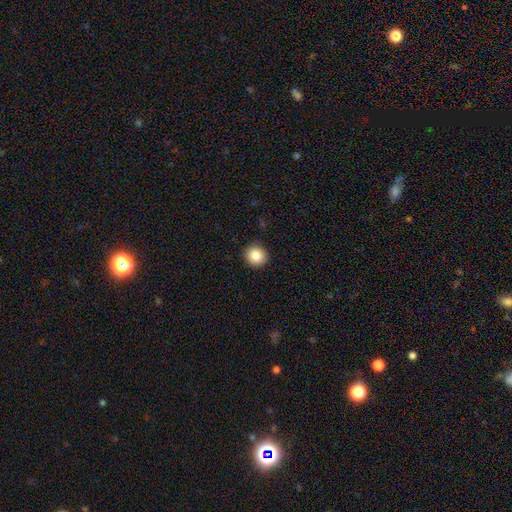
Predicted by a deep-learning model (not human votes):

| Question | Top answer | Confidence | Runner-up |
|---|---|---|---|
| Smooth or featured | smooth | 86% | star or artifact (9%) |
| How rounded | round | 93% | in between (6%) |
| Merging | none | 92% | minor disturbance (6%) |